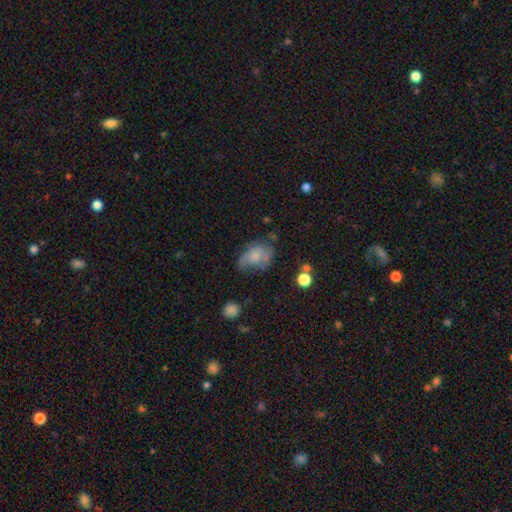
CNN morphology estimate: A smooth galaxy with no disk features (52%) that is in between round and cigar-shaped (77%).

Vote fractions:
- Smooth or featured? smooth: 52% / featured or disk: 39% / star or artifact: 10%
- How rounded? in between: 77% / round: 22% / cigar-shaped: 2%
- Merging? none: 39% / minor disturbance: 32% / major disturbance: 25% / merger: 4%